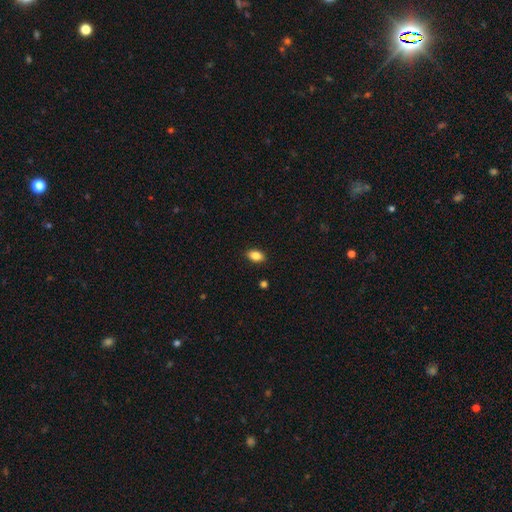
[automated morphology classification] Smooth or featured?
  - smooth: 85% *
  - star or artifact: 9%
  - featured or disk: 7%
How rounded?
  - in between: 87% *
  - round: 10%
  - cigar-shaped: 3%
Merging?
  - none: 87% *
  - minor disturbance: 9%
  - major disturbance: 2%
  - merger: 1%